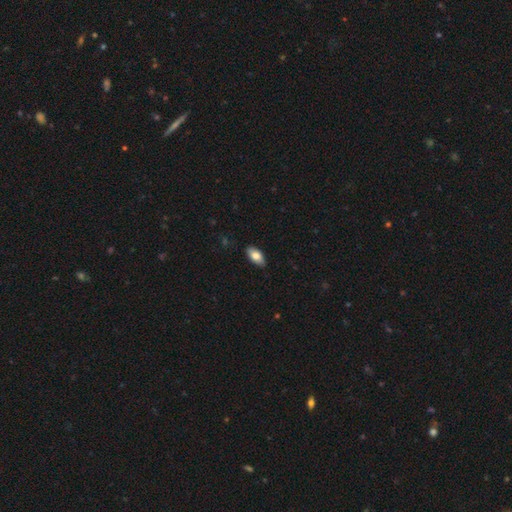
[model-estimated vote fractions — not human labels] smooth-or-featured: smooth: 79% | featured or disk: 14% | star or artifact: 6%
  how-rounded: in between: 92% | cigar-shaped: 5% | round: 3%
  merging: none: 85% | minor disturbance: 12% | major disturbance: 2% | merger: 1%